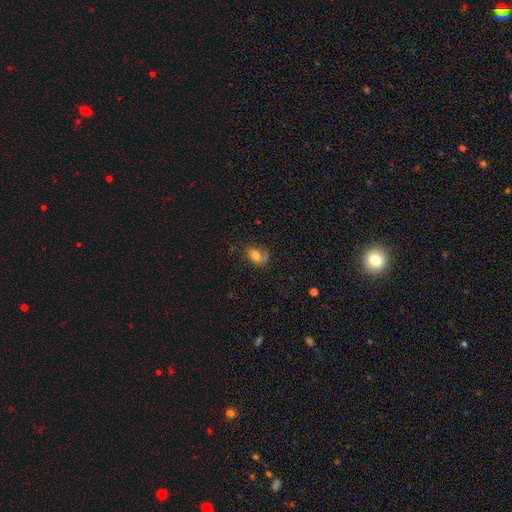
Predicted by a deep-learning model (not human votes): The model was most divided on "merging": none: 52%, minor disturbance: 25%, major disturbance: 17%, merger: 6%. More confident: how rounded — in between (70%); smooth or featured — smooth (62%).